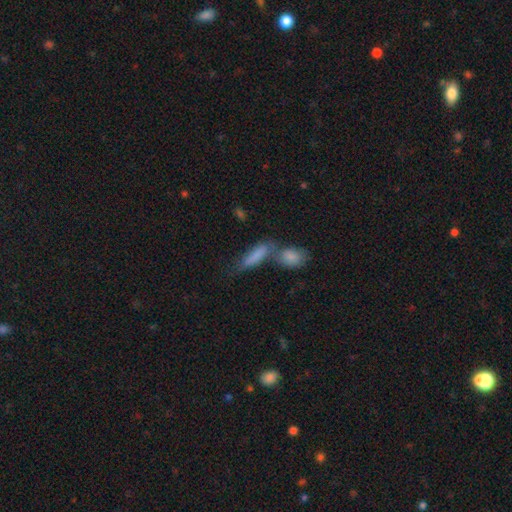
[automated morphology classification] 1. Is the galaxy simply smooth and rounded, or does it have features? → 79% smooth, 13% featured or disk, 8% star or artifact.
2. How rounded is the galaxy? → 54% in between, 42% cigar-shaped, 4% round.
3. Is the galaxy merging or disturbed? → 53% merger, 29% none, 12% minor disturbance, 7% major disturbance.